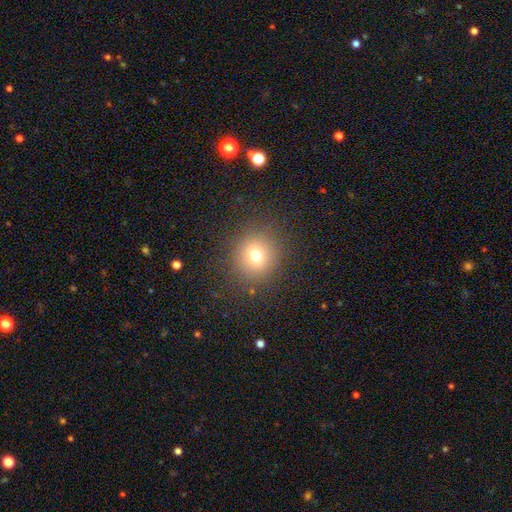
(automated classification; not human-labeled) A smooth galaxy with no disk features (71%) that is round (88%).

Vote fractions:
- Smooth or featured? smooth: 71% / star or artifact: 17% / featured or disk: 11%
- How rounded? round: 88% / in between: 11% / cigar-shaped: 1%
- Merging? none: 87% / minor disturbance: 7% / major disturbance: 5% / merger: 1%